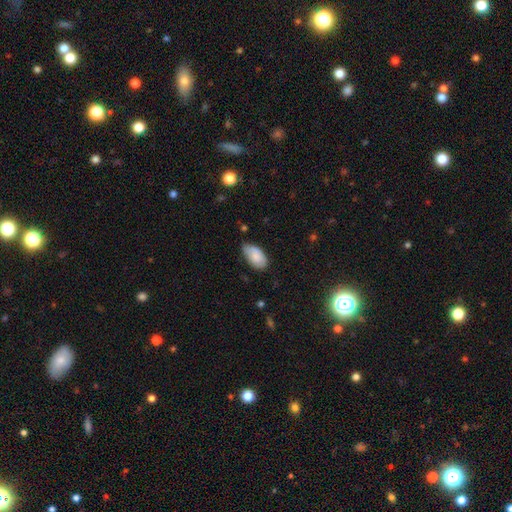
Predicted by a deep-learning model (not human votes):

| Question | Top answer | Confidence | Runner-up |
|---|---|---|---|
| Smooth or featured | smooth | 81% | featured or disk (12%) |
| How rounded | in between | 94% | round (4%) |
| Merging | none | 56% | minor disturbance (36%) |